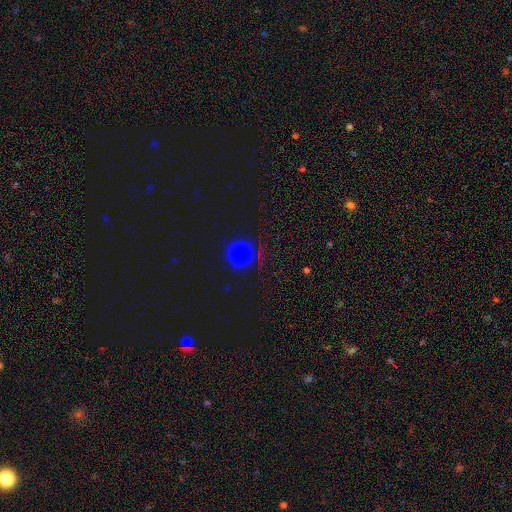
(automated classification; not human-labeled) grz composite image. It shows a smooth galaxy with no disk features (72%) that is round (90%). Merging: none (82%).